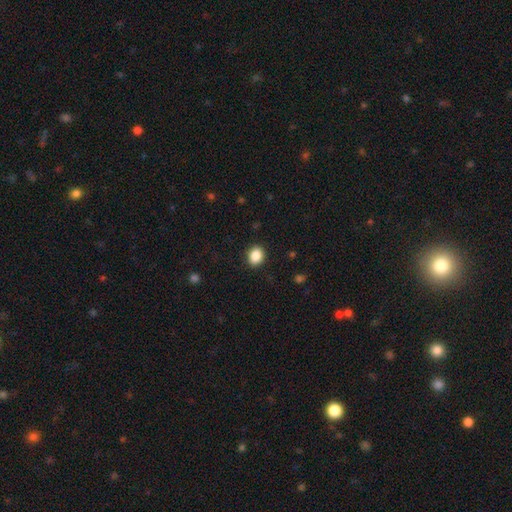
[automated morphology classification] type=smooth (88%); roundness=round (53%); merging=none (90%).